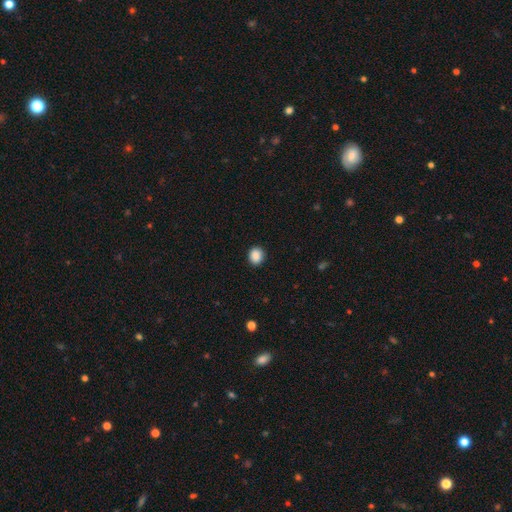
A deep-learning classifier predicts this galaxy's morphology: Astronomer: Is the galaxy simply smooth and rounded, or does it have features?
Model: smooth — 89%.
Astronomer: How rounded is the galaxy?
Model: round — 75%.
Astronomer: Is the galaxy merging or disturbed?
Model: none — 89%.